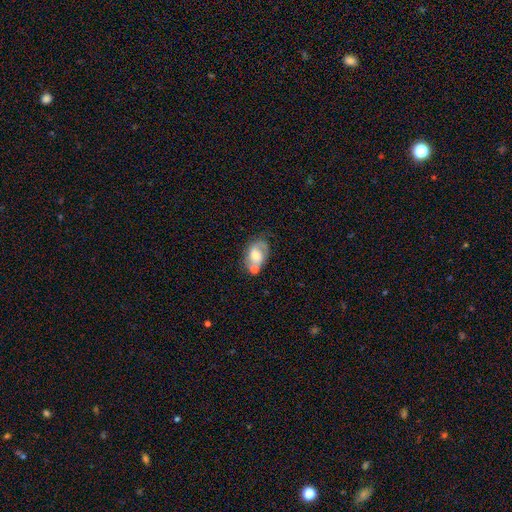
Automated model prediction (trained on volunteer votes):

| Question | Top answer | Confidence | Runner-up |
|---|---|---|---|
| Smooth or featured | featured or disk | 61% | smooth (32%) |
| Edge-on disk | no | 96% | yes (4%) |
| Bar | no | 58% | weak (35%) |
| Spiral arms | yes | 84% | no (16%) |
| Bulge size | moderate | 50% | small (29%) |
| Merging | none | 47% | minor disturbance (21%) |